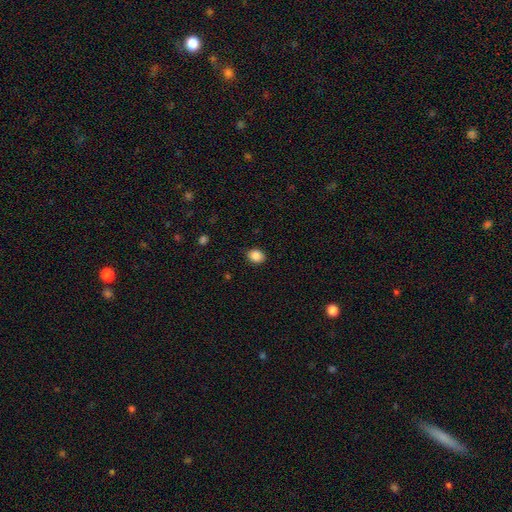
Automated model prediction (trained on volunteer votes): The model was most divided on "how rounded": round: 53%, in between: 46%, cigar-shaped: 1%. More confident: merging — none (88%); smooth or featured — smooth (87%).